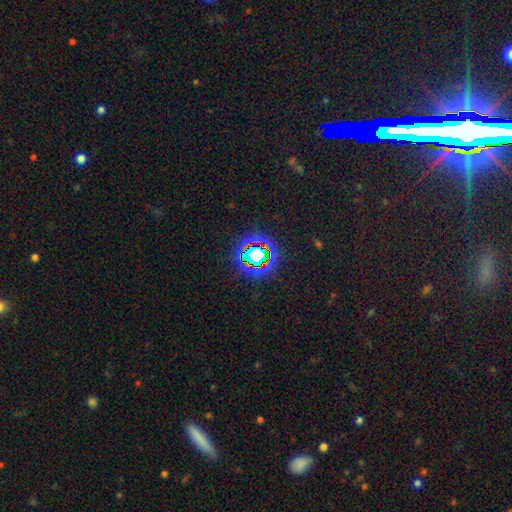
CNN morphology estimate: Smooth or featured: star or artifact — 68% (smooth — 20%)